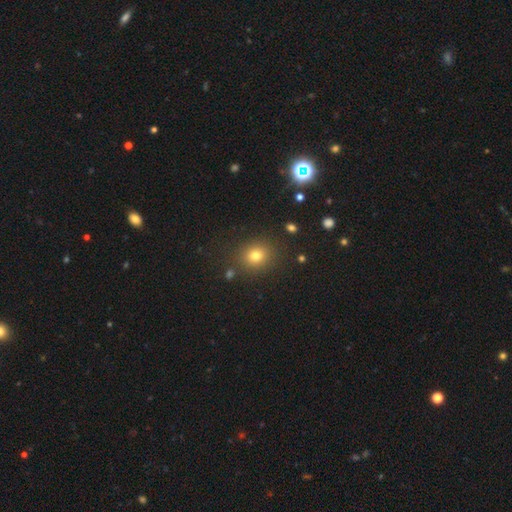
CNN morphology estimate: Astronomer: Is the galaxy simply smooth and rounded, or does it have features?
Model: smooth — 77%.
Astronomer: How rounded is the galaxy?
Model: round — 80%.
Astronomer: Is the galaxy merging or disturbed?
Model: none — 85%.